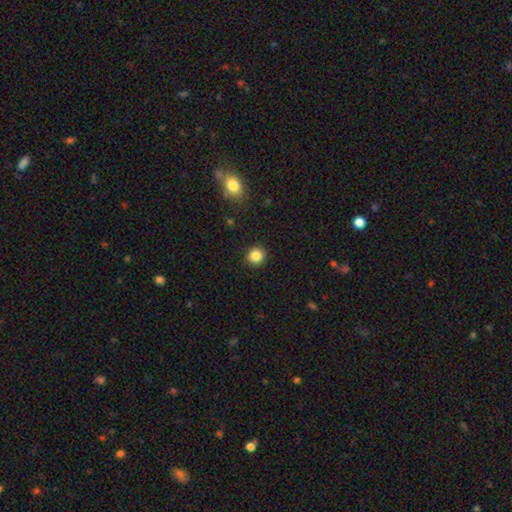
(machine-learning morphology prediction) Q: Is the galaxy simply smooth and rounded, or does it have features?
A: smooth — 85%.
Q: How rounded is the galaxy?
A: round — 92%.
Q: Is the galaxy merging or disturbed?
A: none — 92%.